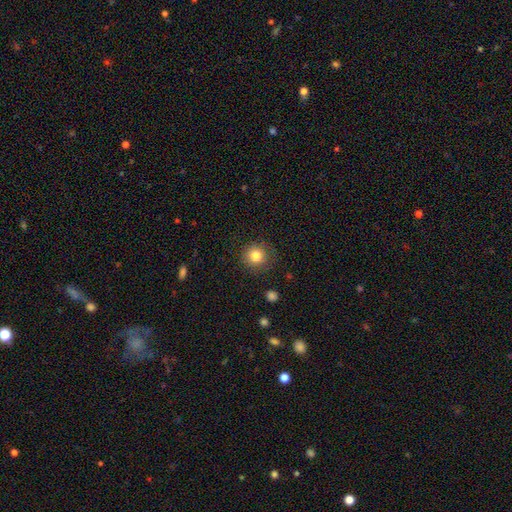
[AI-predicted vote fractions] Smooth or featured: smooth — 81% (star or artifact — 11%)
How rounded: round — 92% (in between — 7%)
Merging: none — 83% (minor disturbance — 12%)